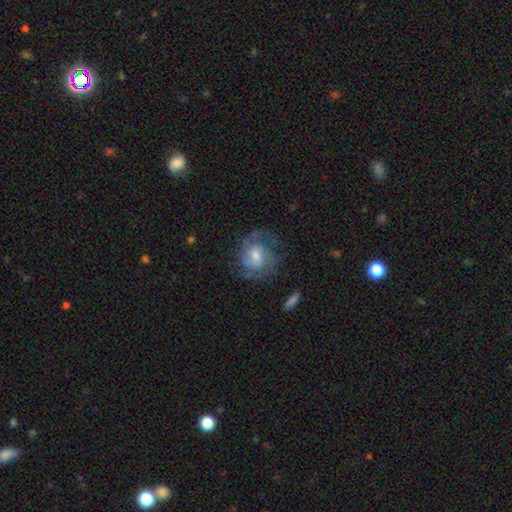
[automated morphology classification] Q: Smooth or featured?
A: featured or disk (67%); runner-up: smooth (25%)
Q: Edge-on disk?
A: no (97%); runner-up: yes (3%)
Q: Bar?
A: no (49%); runner-up: weak (42%)
Q: Spiral arms?
A: yes (86%); runner-up: no (14%)
Q: Spiral winding?
A: tight (46%); runner-up: medium (40%)
Q: Spiral arm count?
A: 2 (43%); runner-up: can't tell (32%)
Q: Bulge size?
A: moderate (54%); runner-up: small (35%)
Q: Merging?
A: none (64%); runner-up: minor disturbance (20%)